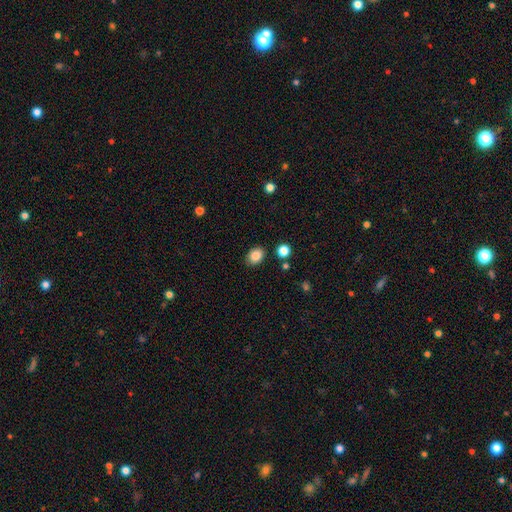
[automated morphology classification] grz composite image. It shows a smooth galaxy with no disk features (86%) that is in between round and cigar-shaped (66%). Merging: none (85%).